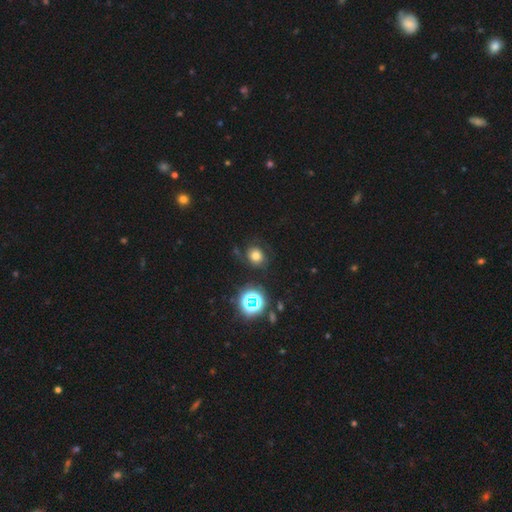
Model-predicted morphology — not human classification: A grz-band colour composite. It shows a smooth galaxy with no disk features (65%) that is round (73%). Merging: none (73%).